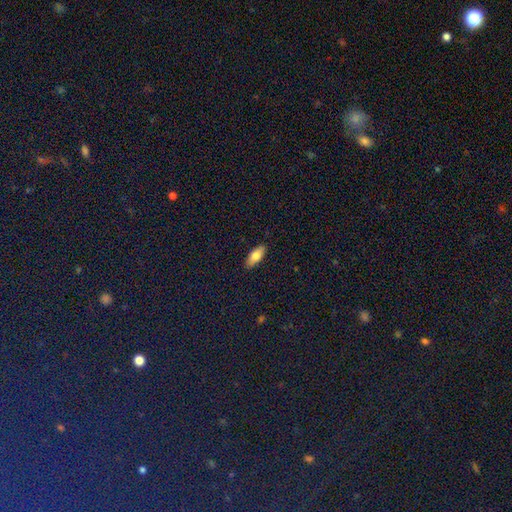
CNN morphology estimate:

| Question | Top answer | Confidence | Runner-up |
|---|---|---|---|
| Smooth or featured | smooth | 77% | featured or disk (16%) |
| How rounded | in between | 78% | cigar-shaped (20%) |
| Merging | none | 88% | minor disturbance (9%) |